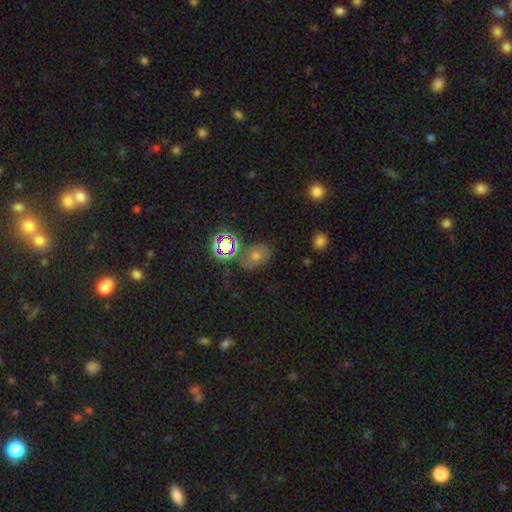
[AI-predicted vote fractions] The model was most divided on "smooth or featured": smooth: 43%, star or artifact: 40%, featured or disk: 18%. More confident: merging — none (72%).